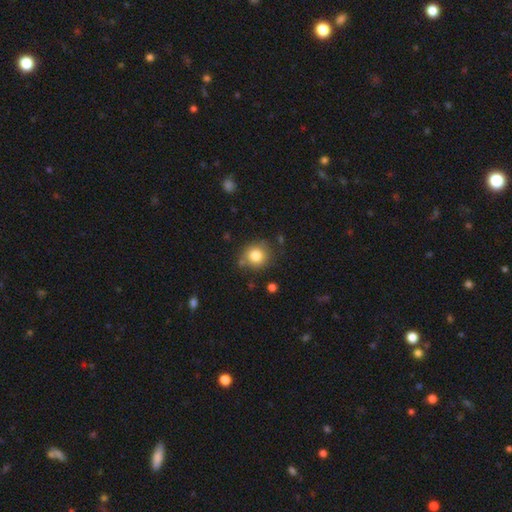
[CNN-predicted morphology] A smooth galaxy with no disk features (81%) that is round (88%). Merging: none (80%).